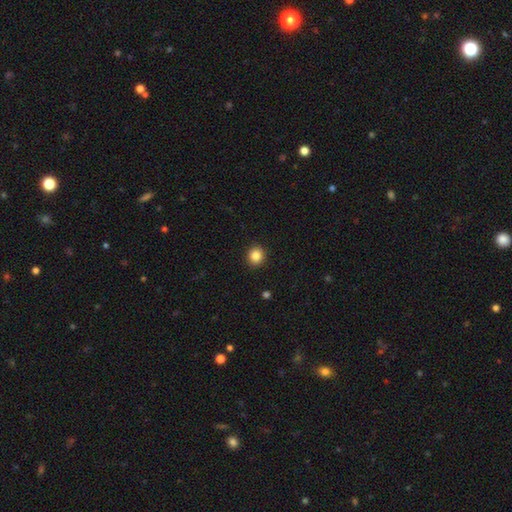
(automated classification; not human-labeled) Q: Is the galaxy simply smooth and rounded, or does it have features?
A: smooth — 85%.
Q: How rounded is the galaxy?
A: round — 88%.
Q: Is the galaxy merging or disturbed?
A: none — 92%.